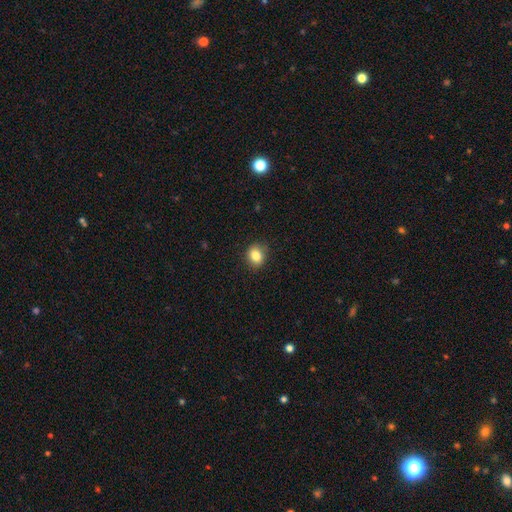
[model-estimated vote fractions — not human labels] This is clearly a smooth galaxy (83%). How rounded: possibly round (57%). Merging: clearly none (83%).